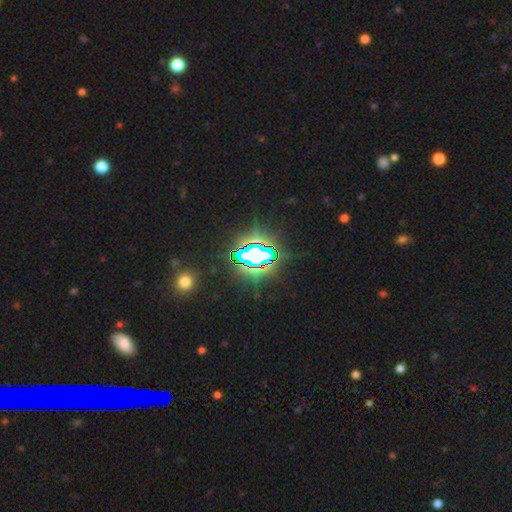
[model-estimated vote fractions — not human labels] Morphology: type=star or artifact (78%).